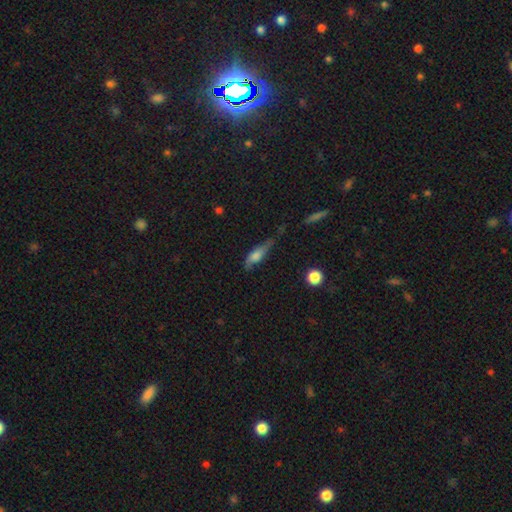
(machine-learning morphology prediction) Smooth or featured? smooth (54%)
How rounded? in between (50%)
Merging? none (43%)